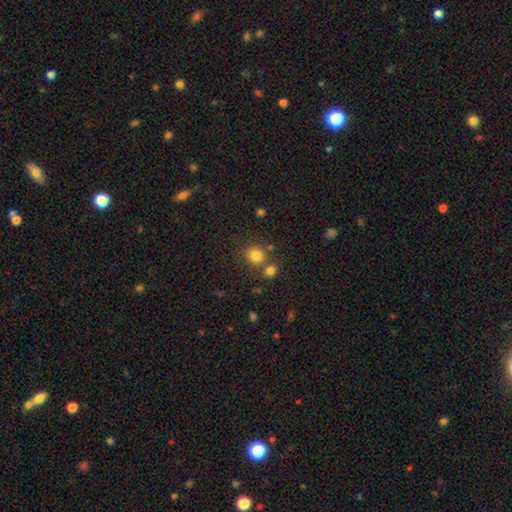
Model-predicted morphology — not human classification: A smooth galaxy with no disk features (81%) that is round (76%).

Vote fractions:
- Smooth or featured? smooth: 81% / star or artifact: 12% / featured or disk: 6%
- How rounded? round: 76% / in between: 23% / cigar-shaped: 1%
- Merging? none: 67% / merger: 19% / minor disturbance: 10% / major disturbance: 4%